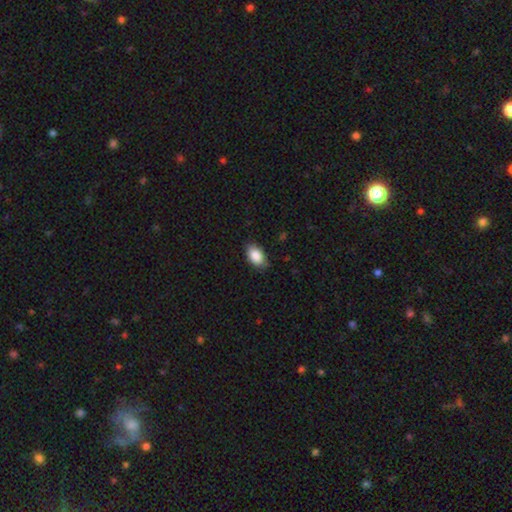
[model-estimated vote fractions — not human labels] This is clearly a smooth galaxy (88%). How rounded: clearly in between (91%). Merging: clearly none (83%).